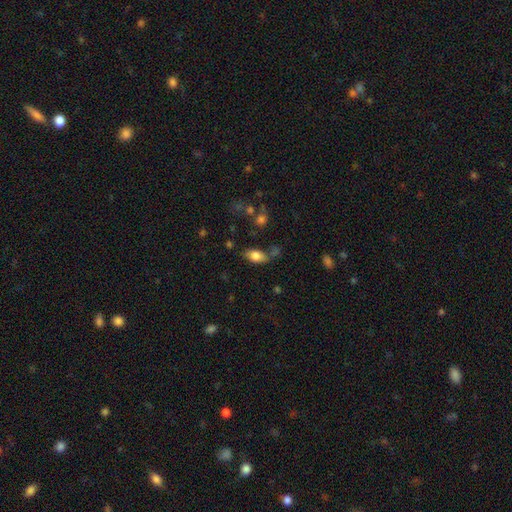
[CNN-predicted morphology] This appears to be a smooth galaxy with no disk features (79%) that is in between round and cigar-shaped (89%). Merging: none (66%).